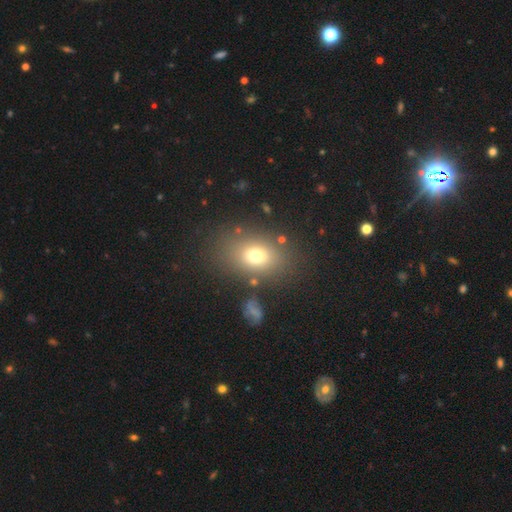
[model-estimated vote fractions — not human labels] Smooth or featured?
  - smooth: 72% *
  - star or artifact: 15%
  - featured or disk: 13%
How rounded?
  - in between: 65% *
  - round: 34%
  - cigar-shaped: 1%
Merging?
  - none: 78% *
  - minor disturbance: 11%
  - major disturbance: 6%
  - merger: 5%